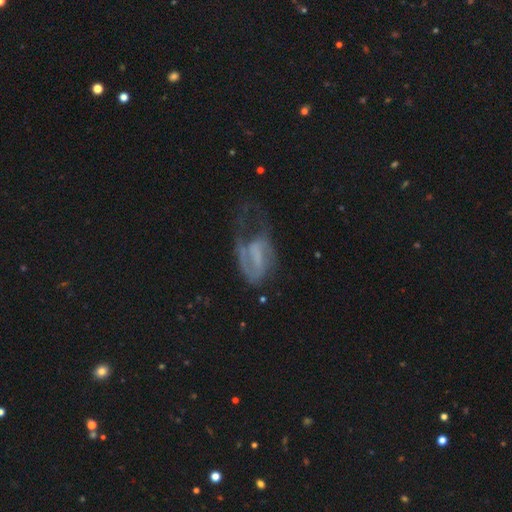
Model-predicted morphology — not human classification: The model was most divided on "bar": weak: 37%, no: 35%, strong: 28%. More confident: edge-on disk — no (95%); spiral arms — yes (70%); smooth or featured — featured or disk (68%); bulge size — none (60%); merging — major disturbance (50%).